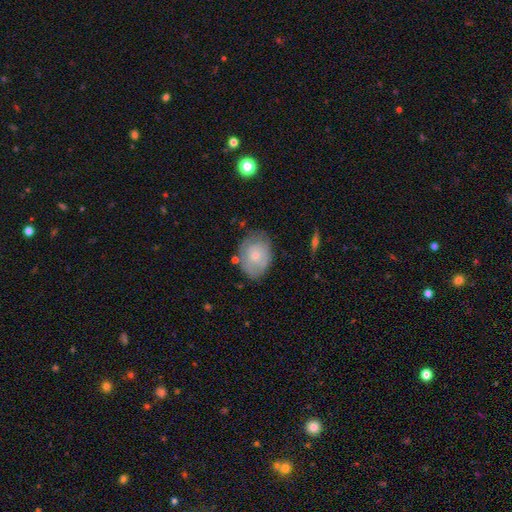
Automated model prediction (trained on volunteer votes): Q: Smooth or featured?
A: smooth (58%); runner-up: featured or disk (35%)
Q: How rounded?
A: in between (63%); runner-up: round (36%)
Q: Merging?
A: none (62%); runner-up: minor disturbance (27%)